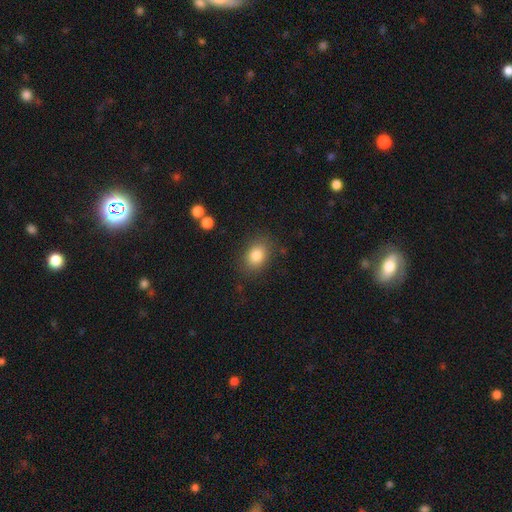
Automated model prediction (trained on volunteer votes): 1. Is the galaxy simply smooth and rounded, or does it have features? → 84% smooth, 9% star or artifact, 7% featured or disk.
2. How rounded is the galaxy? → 69% in between, 30% round, 1% cigar-shaped.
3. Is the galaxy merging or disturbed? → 81% none, 13% minor disturbance, 4% major disturbance, 2% merger.